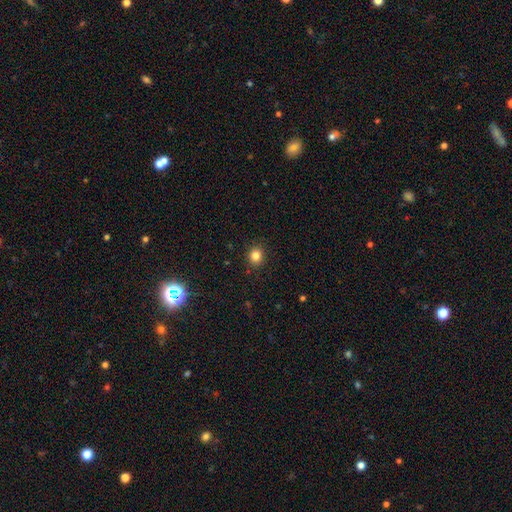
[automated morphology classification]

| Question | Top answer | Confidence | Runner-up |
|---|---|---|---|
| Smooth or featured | smooth | 83% | star or artifact (13%) |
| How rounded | round | 85% | in between (14%) |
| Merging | none | 91% | minor disturbance (6%) |